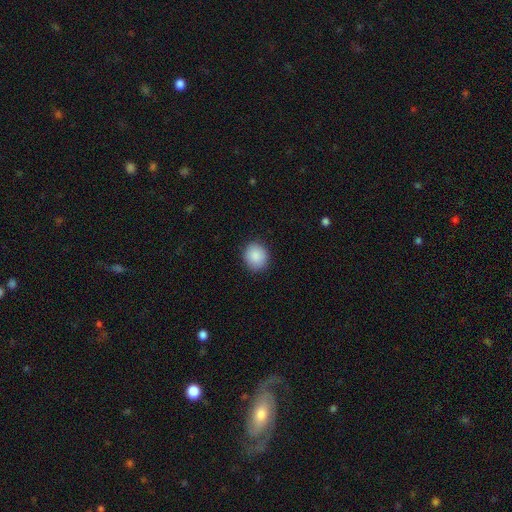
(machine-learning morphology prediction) Smooth or featured? smooth (89%)
How rounded? round (77%)
Merging? none (89%)